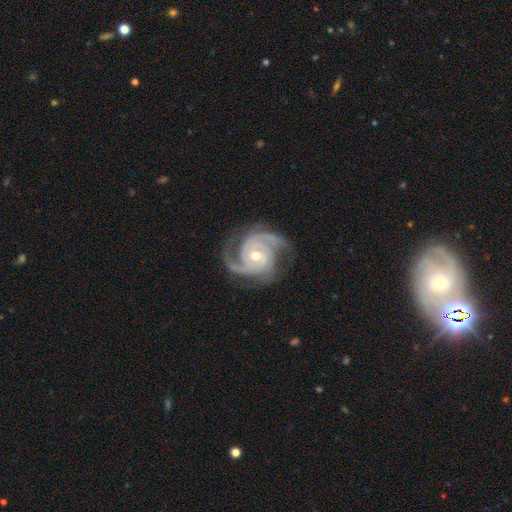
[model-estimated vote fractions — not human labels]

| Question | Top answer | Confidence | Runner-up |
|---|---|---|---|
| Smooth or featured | featured or disk | 94% | star or artifact (4%) |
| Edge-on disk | no | 98% | yes (2%) |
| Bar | no | 63% | weak (27%) |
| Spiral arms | yes | 99% | no (1%) |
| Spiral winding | tight | 56% | medium (38%) |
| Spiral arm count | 3 | 51% | 2 (25%) |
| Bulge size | moderate | 55% | small (42%) |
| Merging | none | 75% | minor disturbance (16%) |